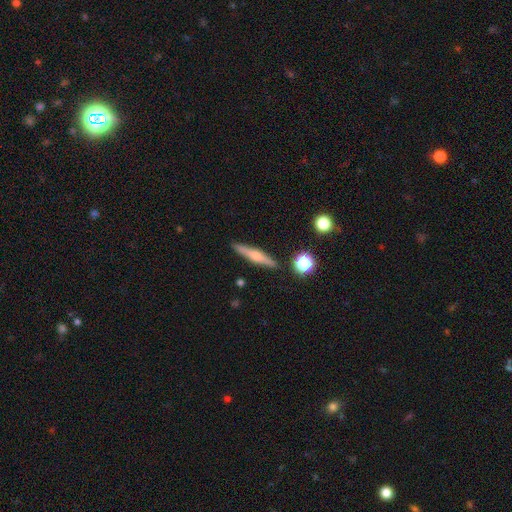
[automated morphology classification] Smooth or featured? featured or disk (51%)
Edge-on disk? yes (96%)
Merging? none (89%)